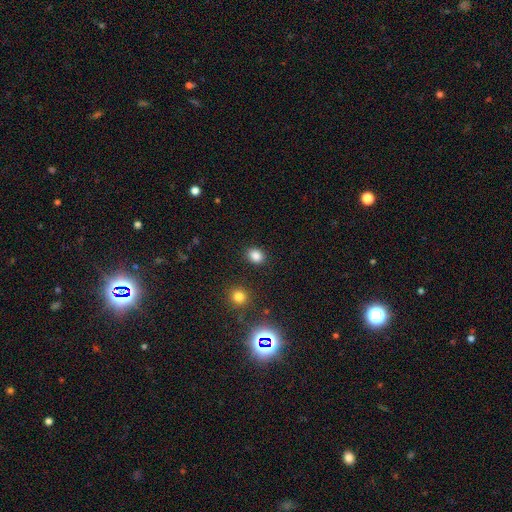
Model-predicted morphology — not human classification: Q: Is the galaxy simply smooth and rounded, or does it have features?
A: smooth — 85%.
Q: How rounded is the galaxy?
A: round — 55%.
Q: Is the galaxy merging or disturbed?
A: none — 88%.